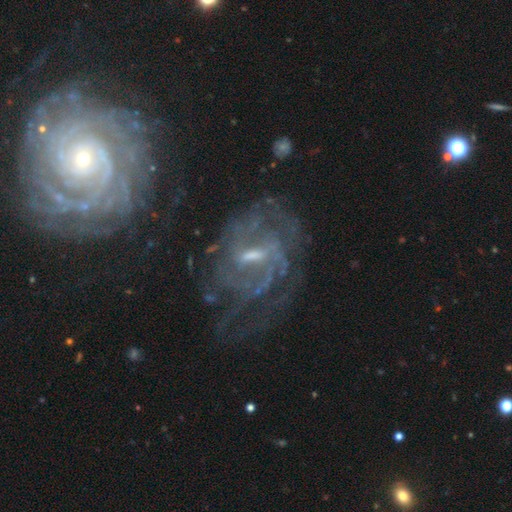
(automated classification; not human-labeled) Smooth or featured: featured or disk — 84% (star or artifact — 9%)
Edge-on disk: no — 96% (yes — 4%)
Bar: weak — 51% (strong — 34%)
Spiral arms: yes — 90% (no — 10%)
Spiral winding: tight — 48% (medium — 38%)
Spiral arm count: can't tell — 41% (2 — 23%)
Bulge size: small — 52% (moderate — 33%)
Merging: none — 58% (major disturbance — 19%)